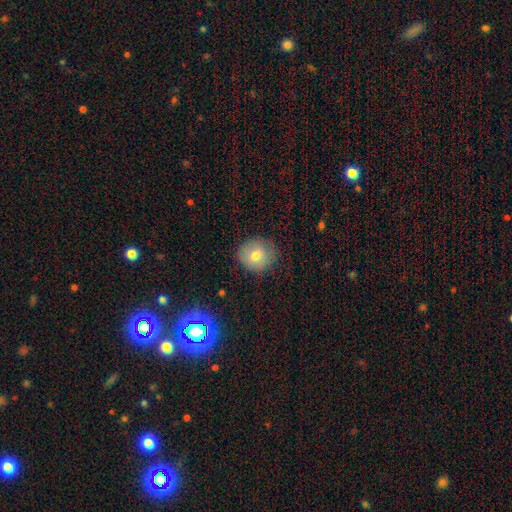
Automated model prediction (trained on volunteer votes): The model was most divided on "how rounded": round: 74%, in between: 25%, cigar-shaped: 1%. More confident: merging — none (76%); smooth or featured — smooth (72%).